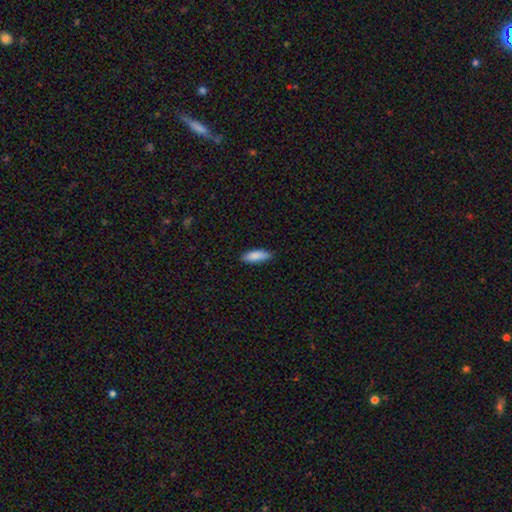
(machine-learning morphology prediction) This appears to be a smooth galaxy with no disk features (87%) that is in between round and cigar-shaped (63%). Merging: none (85%).